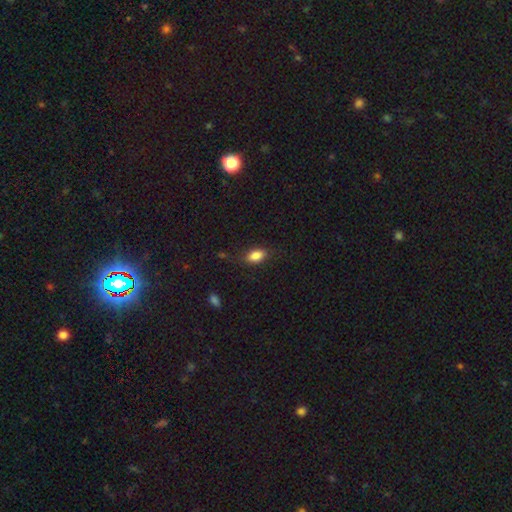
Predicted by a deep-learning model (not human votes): The model was most divided on "merging": none: 78%, minor disturbance: 16%, major disturbance: 5%, merger: 2%. More confident: how rounded — in between (87%); smooth or featured — smooth (84%).